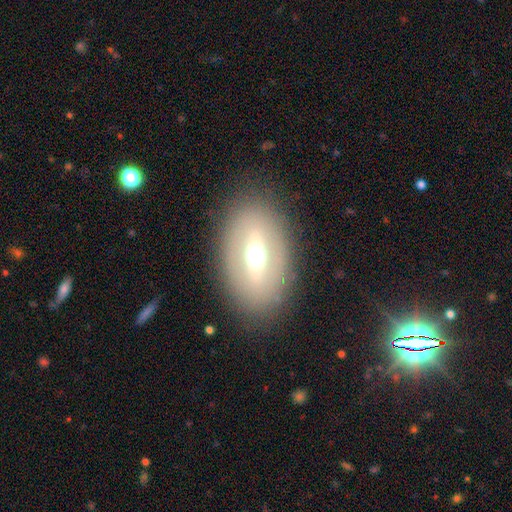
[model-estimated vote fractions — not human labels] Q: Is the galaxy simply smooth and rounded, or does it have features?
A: featured or disk — 49%.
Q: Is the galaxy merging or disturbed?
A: none — 83%.